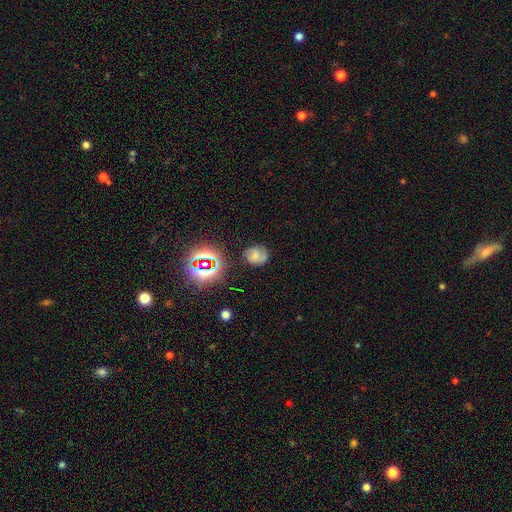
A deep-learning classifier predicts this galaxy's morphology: smooth_or_featured: smooth (p=0.42) [alt: featured or disk p=0.39]
merging: none (p=0.68) [alt: minor disturbance p=0.21]